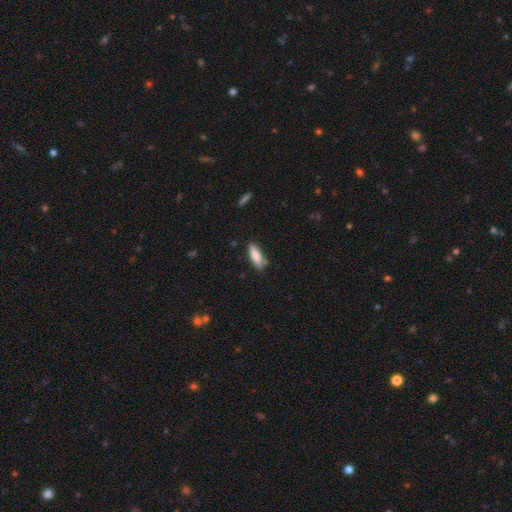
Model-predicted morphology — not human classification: A smooth galaxy with no disk features (79%) that is in between round and cigar-shaped (53%).

Vote fractions:
- Smooth or featured? smooth: 79% / featured or disk: 14% / star or artifact: 6%
- How rounded? in between: 53% / cigar-shaped: 45% / round: 2%
- Merging? none: 78% / minor disturbance: 16% / merger: 3% / major disturbance: 3%